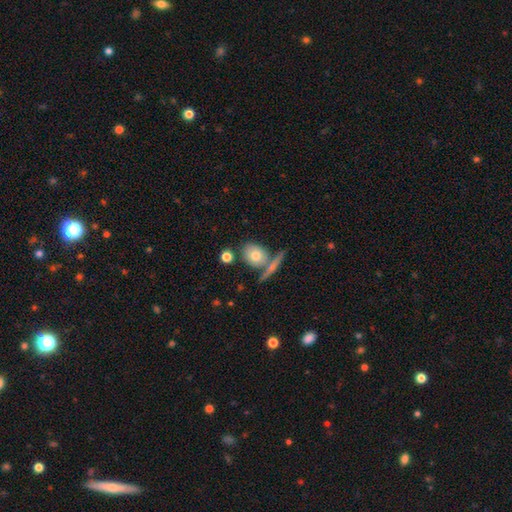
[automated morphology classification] Q: Smooth or featured?
A: smooth (73%); runner-up: featured or disk (19%)
Q: How rounded?
A: round (50%); runner-up: in between (46%)
Q: Merging?
A: none (60%); runner-up: merger (22%)